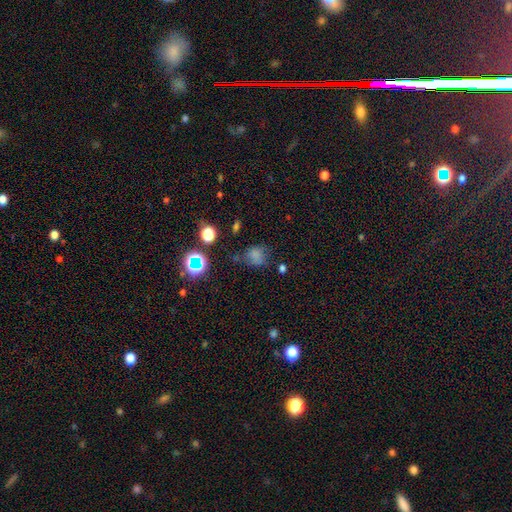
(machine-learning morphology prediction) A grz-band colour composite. It shows a smooth galaxy with no disk features (66%) that is round (65%). Merging: none (52%).